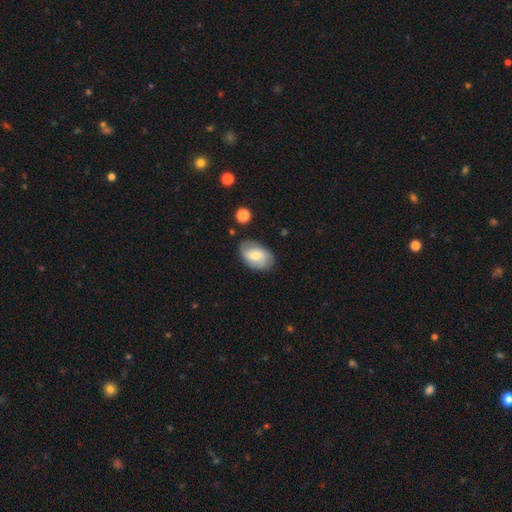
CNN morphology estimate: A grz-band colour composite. It shows a smooth galaxy with no disk features (54%) that is in between round and cigar-shaped (86%). Merging: none (74%).